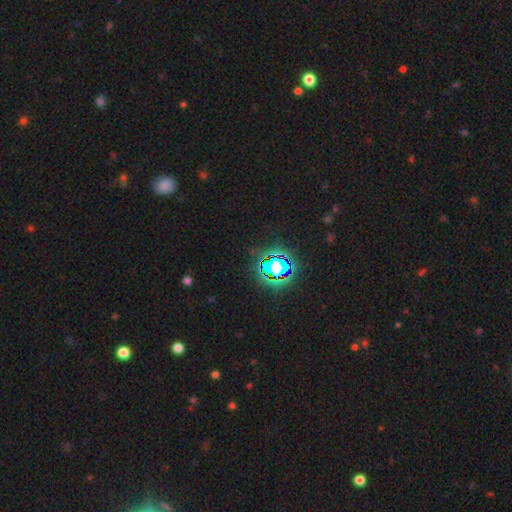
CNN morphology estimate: smooth_or_featured: star or artifact (p=0.81) [alt: smooth p=0.11]